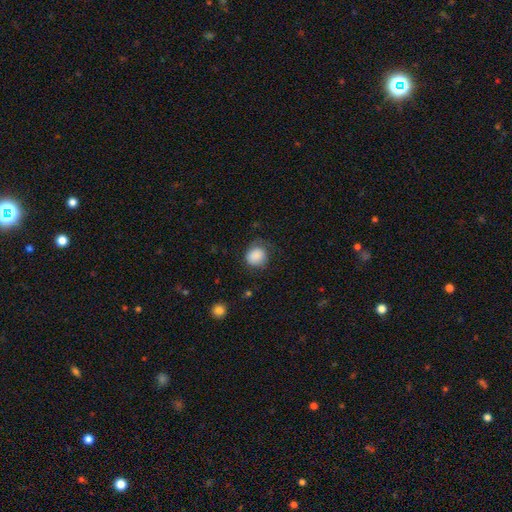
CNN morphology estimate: Smooth or featured?
  - smooth: 86% *
  - star or artifact: 7%
  - featured or disk: 6%
How rounded?
  - round: 77% *
  - in between: 22%
  - cigar-shaped: 1%
Merging?
  - none: 62% *
  - minor disturbance: 25%
  - major disturbance: 12%
  - merger: 2%